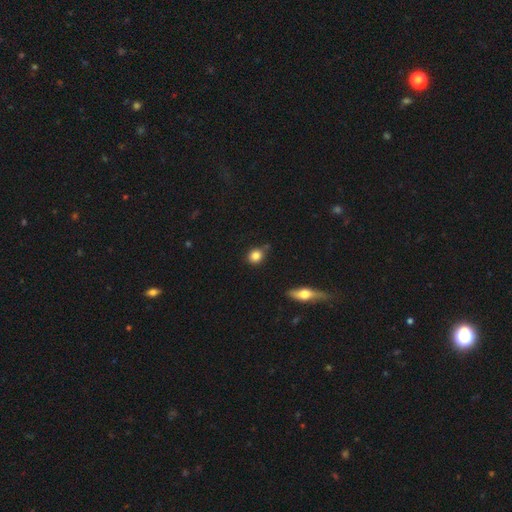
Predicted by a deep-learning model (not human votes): A smooth galaxy with no disk features (84%) that is round (71%).

Vote fractions:
- Smooth or featured? smooth: 84% / star or artifact: 10% / featured or disk: 7%
- How rounded? round: 71% / in between: 27% / cigar-shaped: 2%
- Merging? none: 75% / minor disturbance: 17% / merger: 5% / major disturbance: 3%